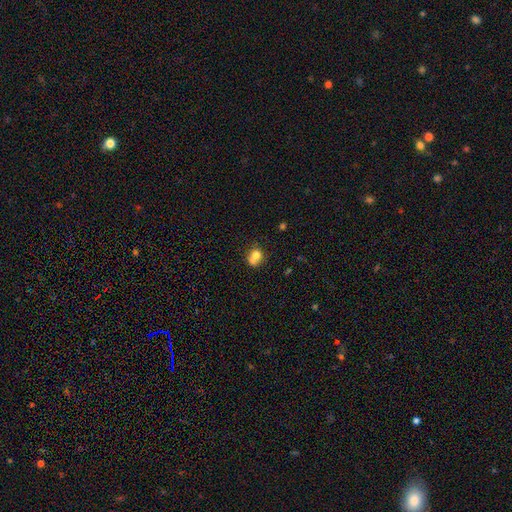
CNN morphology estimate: Smooth or featured? smooth (70%)
How rounded? round (72%)
Merging? merger (54%)